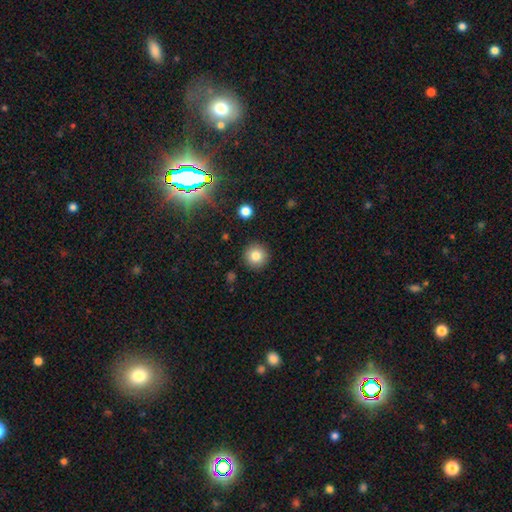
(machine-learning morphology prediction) Q: Smooth or featured?
A: smooth (82%); runner-up: star or artifact (11%)
Q: How rounded?
A: round (95%); runner-up: in between (4%)
Q: Merging?
A: none (91%); runner-up: minor disturbance (6%)